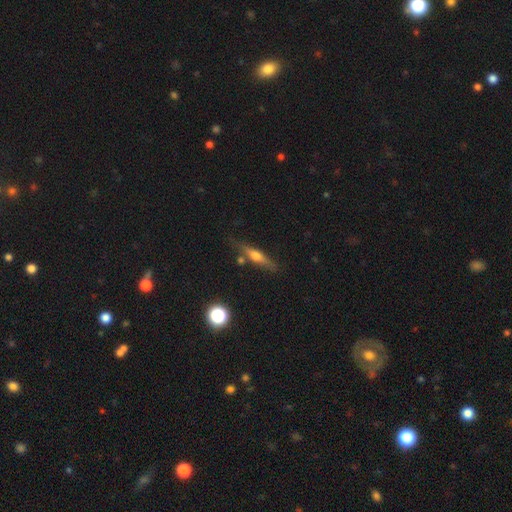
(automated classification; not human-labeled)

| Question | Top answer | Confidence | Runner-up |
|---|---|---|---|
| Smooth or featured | featured or disk | 51% | smooth (40%) |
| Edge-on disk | yes | 91% | no (9%) |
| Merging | none | 74% | minor disturbance (16%) |